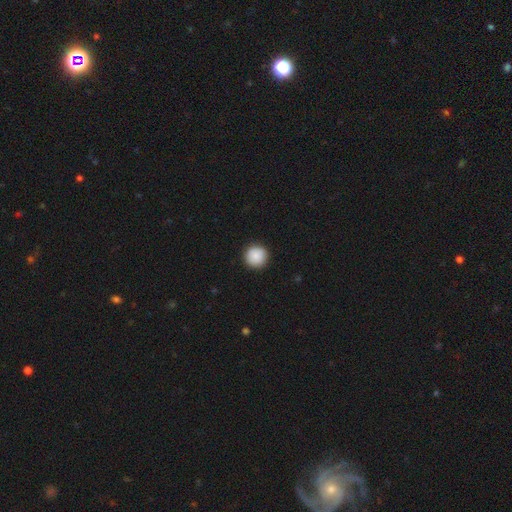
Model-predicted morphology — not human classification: smooth 89%, star or artifact 7%, featured or disk 4%. Down the decision tree: how rounded — round (96%); merging — none (92%).